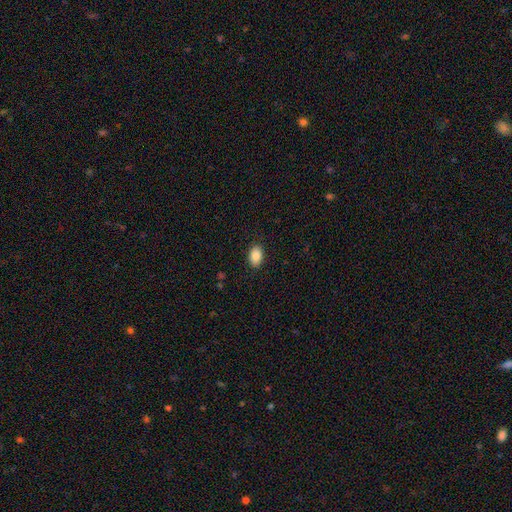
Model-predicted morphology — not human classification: A smooth galaxy with no disk features (88%) that is in between round and cigar-shaped (88%).

Vote fractions:
- Smooth or featured? smooth: 88% / star or artifact: 8% / featured or disk: 4%
- How rounded? in between: 88% / round: 11% / cigar-shaped: 1%
- Merging? none: 88% / minor disturbance: 8% / major disturbance: 2% / merger: 1%